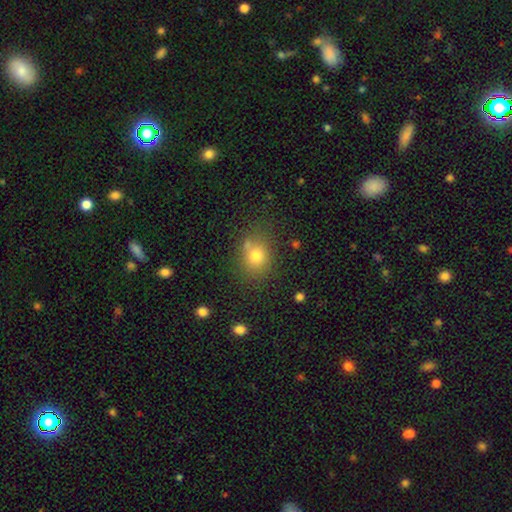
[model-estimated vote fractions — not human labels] smooth_or_featured: smooth (p=0.75) [alt: star or artifact p=0.14]
how_rounded: round (p=0.62) [alt: in between p=0.37]
merging: none (p=0.67) [alt: minor disturbance p=0.15]